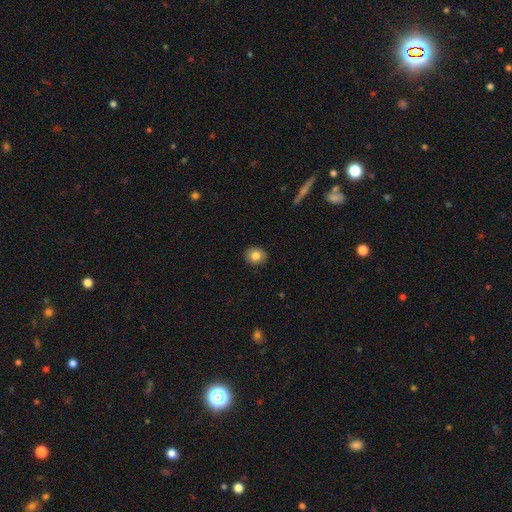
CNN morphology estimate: The model was most divided on "how rounded": round: 74%, in between: 25%, cigar-shaped: 1%. More confident: merging — none (90%); smooth or featured — smooth (81%).